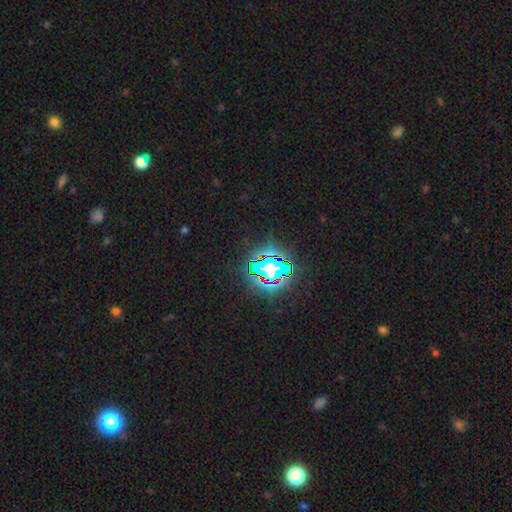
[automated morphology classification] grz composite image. It shows a star or artifact, not a galaxy (76%).